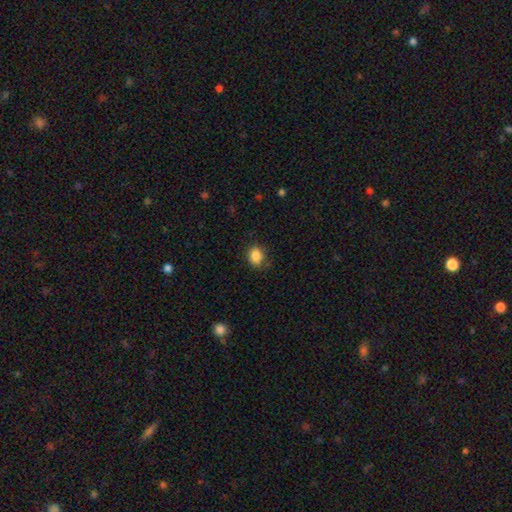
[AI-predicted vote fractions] Smooth or featured?
  - smooth: 87% *
  - star or artifact: 9%
  - featured or disk: 4%
How rounded?
  - in between: 55% *
  - round: 44%
  - cigar-shaped: 1%
Merging?
  - none: 79% *
  - minor disturbance: 16%
  - major disturbance: 4%
  - merger: 1%